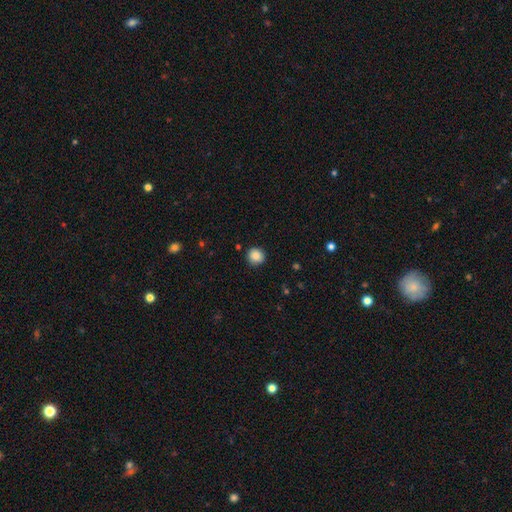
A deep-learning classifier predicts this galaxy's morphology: smooth_or_featured: smooth (p=0.86) [alt: star or artifact p=0.09]
how_rounded: round (p=0.89) [alt: in between p=0.10]
merging: none (p=0.87) [alt: minor disturbance p=0.10]